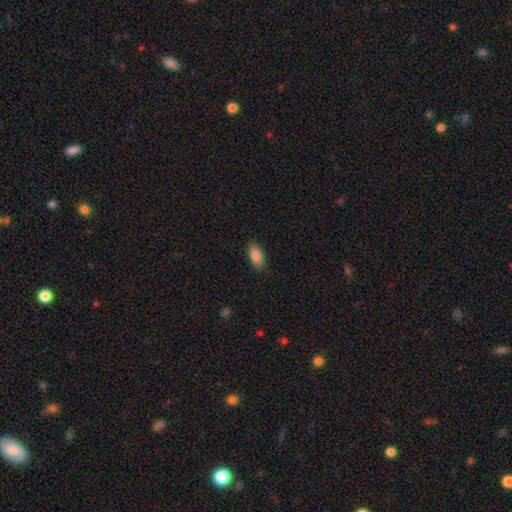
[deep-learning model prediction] Smooth or featured: smooth — 86% (featured or disk — 7%)
How rounded: in between — 89% (cigar-shaped — 9%)
Merging: none — 88% (minor disturbance — 9%)